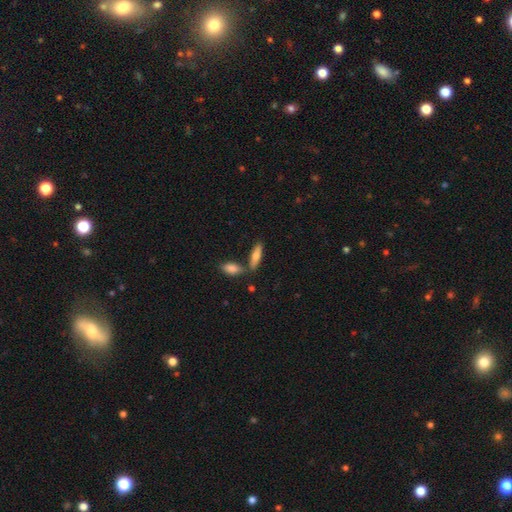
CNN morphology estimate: Smooth or featured? smooth (71%)
How rounded? cigar-shaped (58%)
Merging? none (66%)